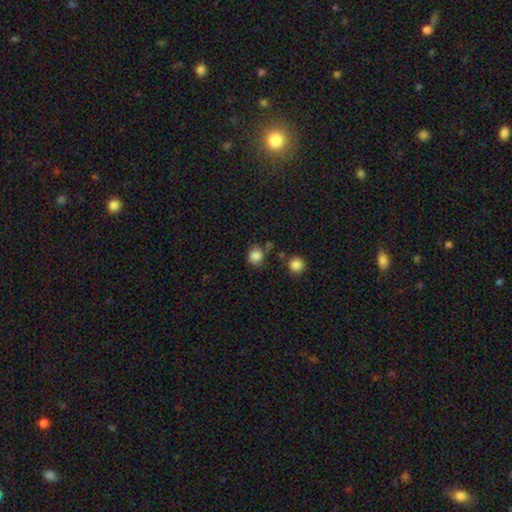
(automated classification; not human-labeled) This appears to be a smooth galaxy with no disk features (83%) that is round (81%). Merging: none (68%).